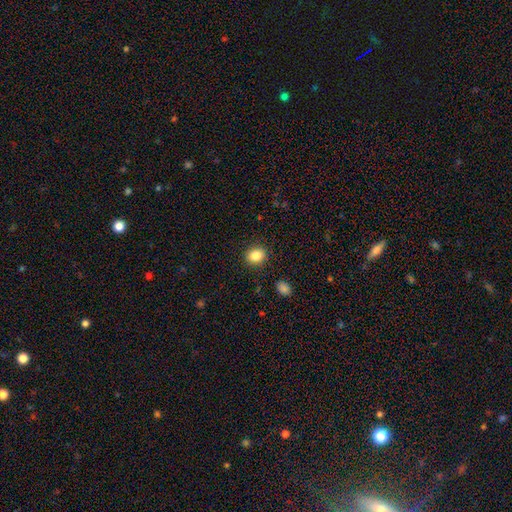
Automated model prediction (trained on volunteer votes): This is clearly a smooth galaxy (86%). How rounded: possibly round (56%). Merging: clearly none (89%).